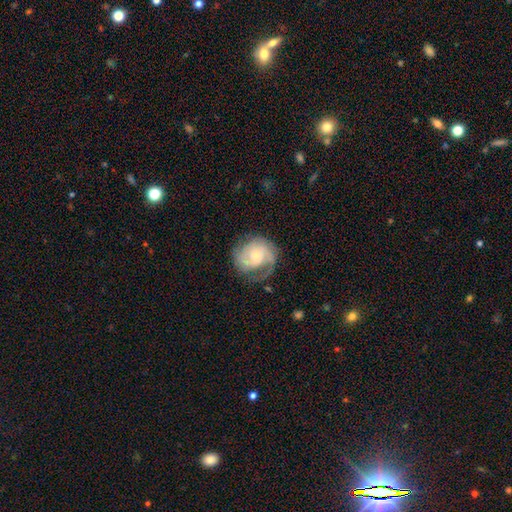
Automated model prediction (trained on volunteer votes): Overall: featured or disk (77%). Edge-on disk: no (98%). Bar: no (61%; weak 33%). Spiral arms: yes (94%). Spiral arm count: 2 (56%). Spiral winding: tight (44%; medium 40%). Bulge size: small (52%; moderate 40%). Merging: none (60%; minor disturbance 22%).